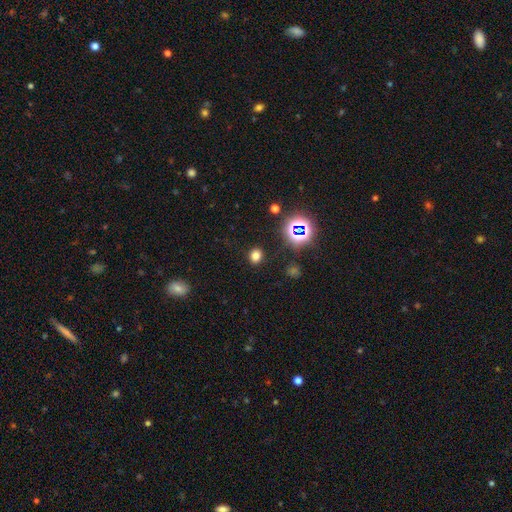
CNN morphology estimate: Smooth or featured? smooth (73%)
How rounded? round (66%)
Merging? none (88%)